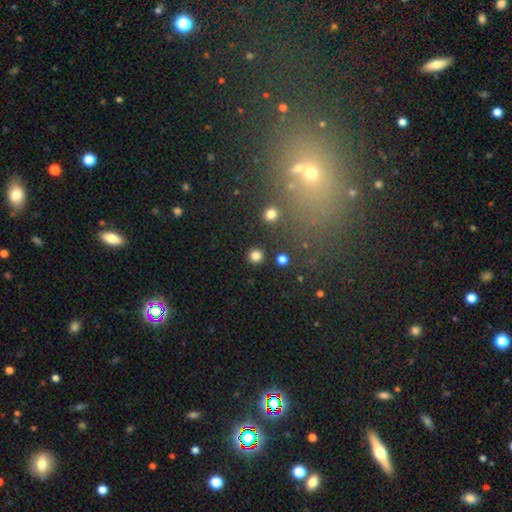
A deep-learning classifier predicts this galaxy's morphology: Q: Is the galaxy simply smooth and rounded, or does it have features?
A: smooth — 82%.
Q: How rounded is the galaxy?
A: round — 95%.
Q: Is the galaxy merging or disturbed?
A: none — 91%.